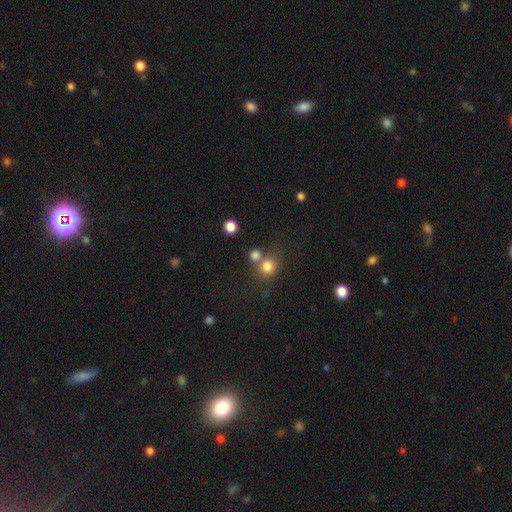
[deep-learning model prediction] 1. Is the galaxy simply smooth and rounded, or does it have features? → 79% smooth, 14% star or artifact, 7% featured or disk.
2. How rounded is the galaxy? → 81% round, 18% in between, 1% cigar-shaped.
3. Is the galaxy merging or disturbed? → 56% none, 32% merger, 8% minor disturbance, 4% major disturbance.